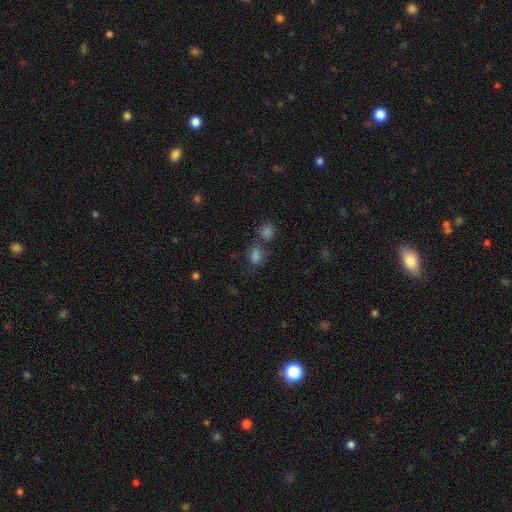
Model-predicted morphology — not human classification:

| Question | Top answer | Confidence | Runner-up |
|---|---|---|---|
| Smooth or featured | smooth | 74% | star or artifact (19%) |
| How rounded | round | 52% | in between (47%) |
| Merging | none | 51% | merger (31%) |